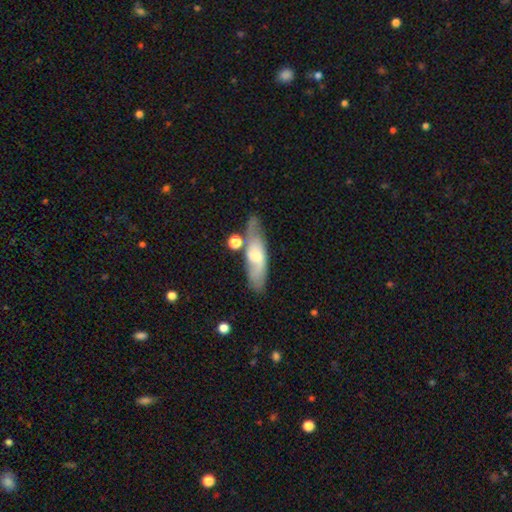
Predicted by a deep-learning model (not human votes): Overall: smooth (49%; featured or disk 44%). Merging: none (59%; minor disturbance 22%).